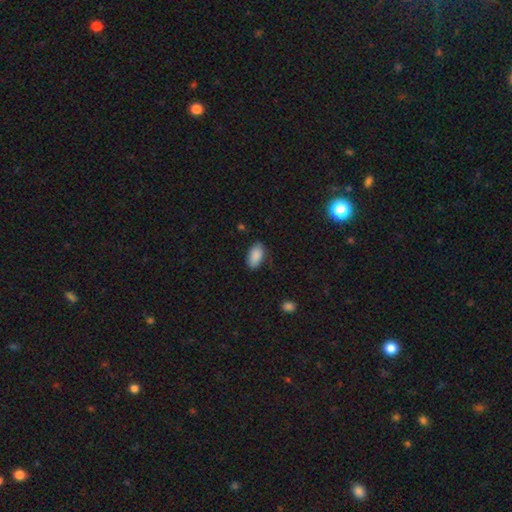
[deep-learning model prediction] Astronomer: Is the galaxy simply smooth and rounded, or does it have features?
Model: smooth — 89%.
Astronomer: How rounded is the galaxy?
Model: in between — 94%.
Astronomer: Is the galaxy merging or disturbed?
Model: none — 81%.